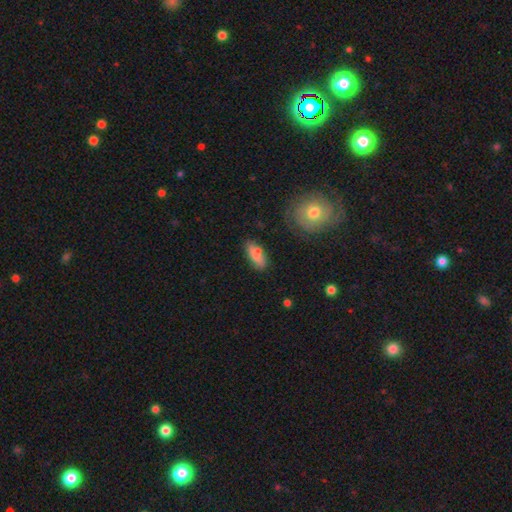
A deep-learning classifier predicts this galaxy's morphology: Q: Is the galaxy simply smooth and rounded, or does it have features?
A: smooth — 71%.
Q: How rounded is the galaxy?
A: in between — 70%.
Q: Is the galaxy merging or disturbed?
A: none — 65%.